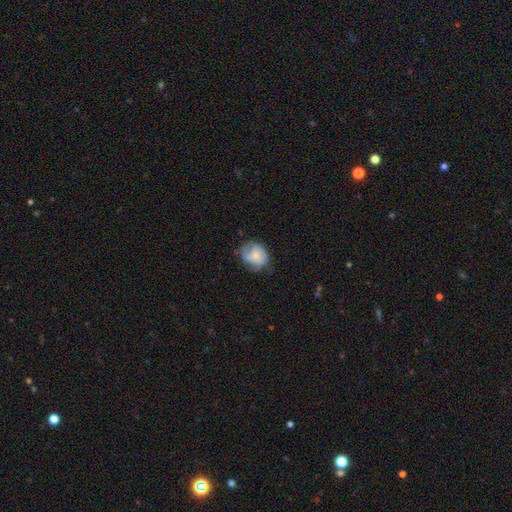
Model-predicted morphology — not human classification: featured or disk 48%, smooth 45%, star or artifact 7%. Down the decision tree: merging — none (60%).